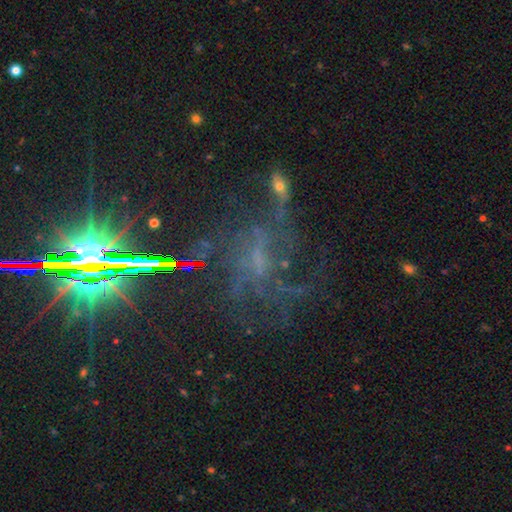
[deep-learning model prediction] This appears to be a featured or disk galaxy (47%). Merging: none (48%).